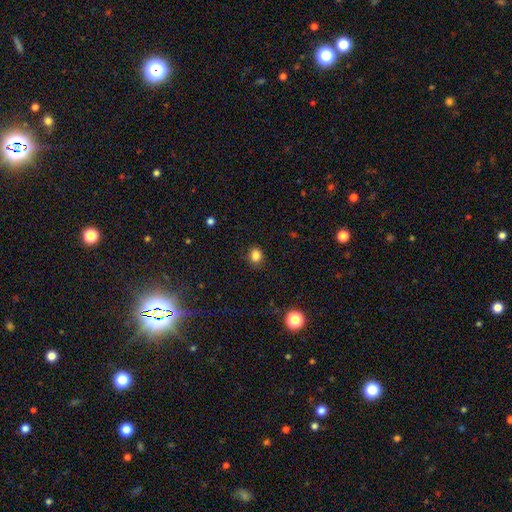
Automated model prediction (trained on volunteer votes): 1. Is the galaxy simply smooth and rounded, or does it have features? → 84% smooth, 12% star or artifact, 4% featured or disk.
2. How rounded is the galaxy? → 63% round, 36% in between, 1% cigar-shaped.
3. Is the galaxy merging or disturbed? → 84% none, 12% minor disturbance, 3% major disturbance, 1% merger.